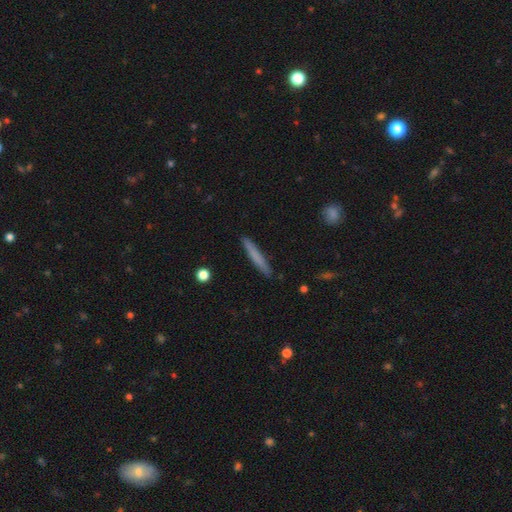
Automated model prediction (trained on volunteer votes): A smooth galaxy with no disk features (72%) that is cigar-shaped (96%). Merging: none (90%).